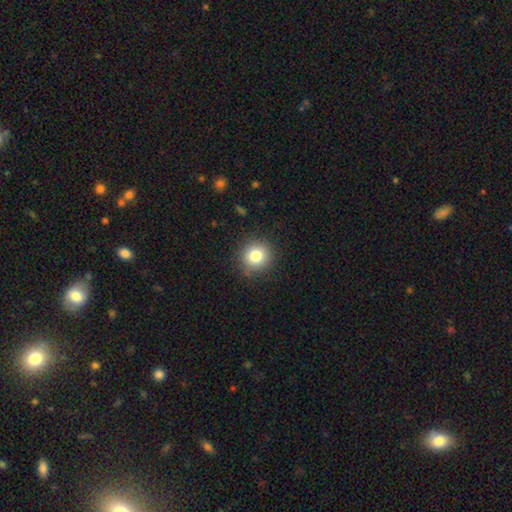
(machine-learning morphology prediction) Q: Smooth or featured?
A: smooth (80%); runner-up: star or artifact (11%)
Q: How rounded?
A: round (91%); runner-up: in between (8%)
Q: Merging?
A: none (87%); runner-up: minor disturbance (9%)